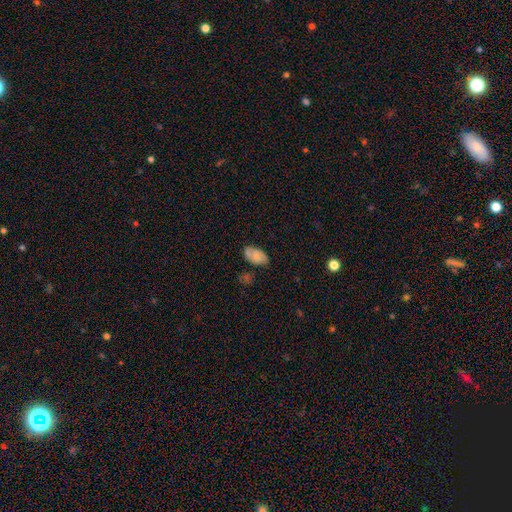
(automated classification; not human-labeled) A smooth galaxy with no disk features (70%) that is in between round and cigar-shaped (93%).

Vote fractions:
- Smooth or featured? smooth: 70% / featured or disk: 21% / star or artifact: 9%
- How rounded? in between: 93% / round: 5% / cigar-shaped: 2%
- Merging? none: 59% / minor disturbance: 25% / merger: 10% / major disturbance: 7%